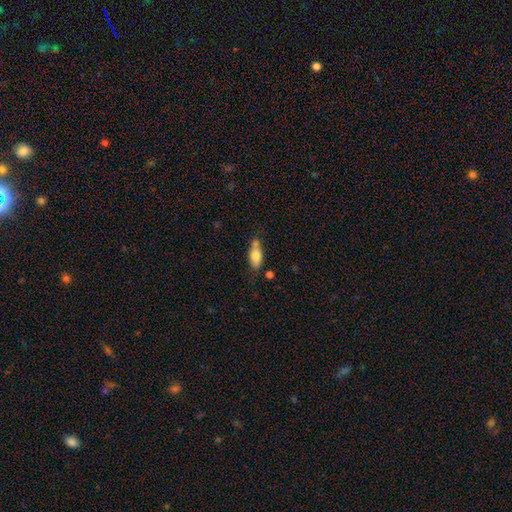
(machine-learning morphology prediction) Smooth or featured? smooth (73%)
How rounded? in between (78%)
Merging? none (59%)